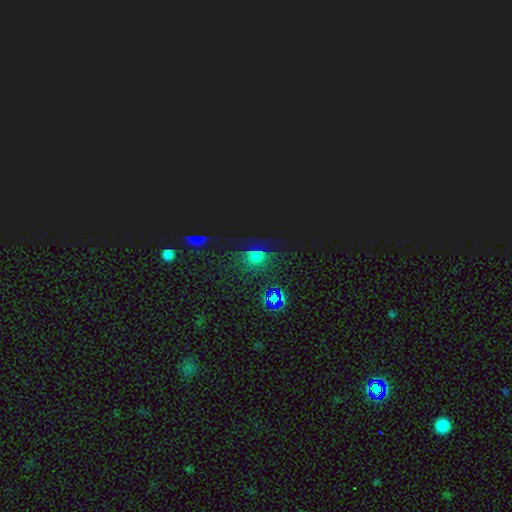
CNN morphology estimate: smooth_or_featured: star or artifact (p=0.56) [alt: smooth p=0.34]